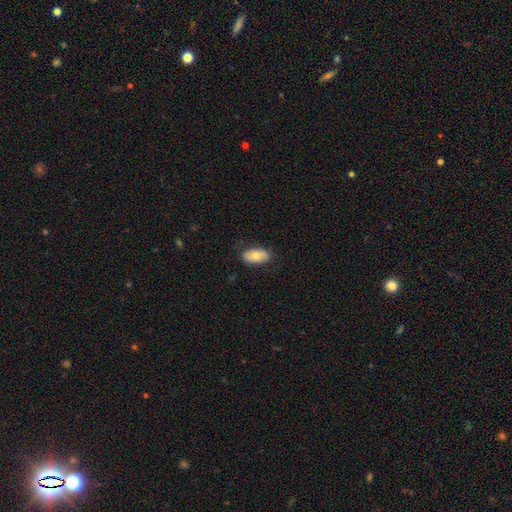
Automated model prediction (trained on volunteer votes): smooth_or_featured: smooth (p=0.73) [alt: featured or disk p=0.21]
how_rounded: in between (p=0.93) [alt: round p=0.04]
merging: none (p=0.83) [alt: minor disturbance p=0.13]